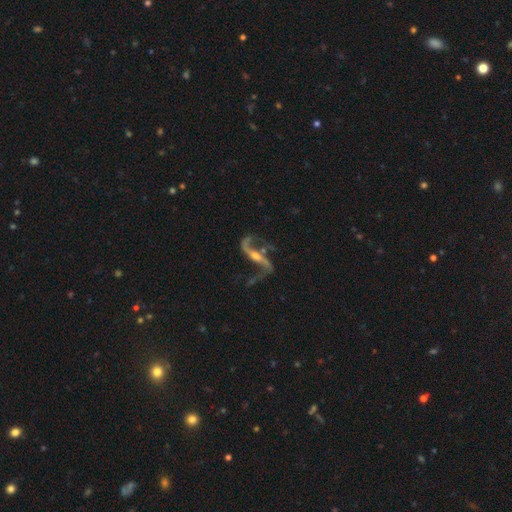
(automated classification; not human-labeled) A featured or disk galaxy (90%) with a strong bar (46%), 2 (92%) loose (83%) spiral arms (96%) and a small central bulge (48%).

Vote fractions:
- Smooth or featured? featured or disk: 90% / star or artifact: 6% / smooth: 4%
- Edge-on disk? no: 89% / yes: 11%
- Bar? strong: 46% / weak: 30% / no: 24%
- Spiral arms? yes: 96% / no: 4%
- Spiral winding? loose: 83% / medium: 13% / tight: 4%
- Spiral arm count? 2: 92% / 1: 2% / can't tell: 2% / 3: 1% / 4: 1% / more than 4: 1%
- Bulge size? small: 48% / moderate: 44% / none: 4% / large: 3% / dominant: 1%
- Merging? none: 68% / minor disturbance: 15% / major disturbance: 14% / merger: 3%